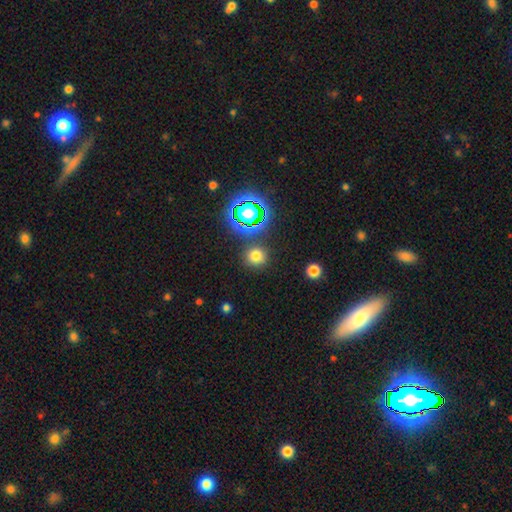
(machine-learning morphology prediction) Smooth or featured? Predicted: smooth (p=0.70). How rounded? Predicted: round (p=0.90). Merging? Predicted: none (p=0.86).